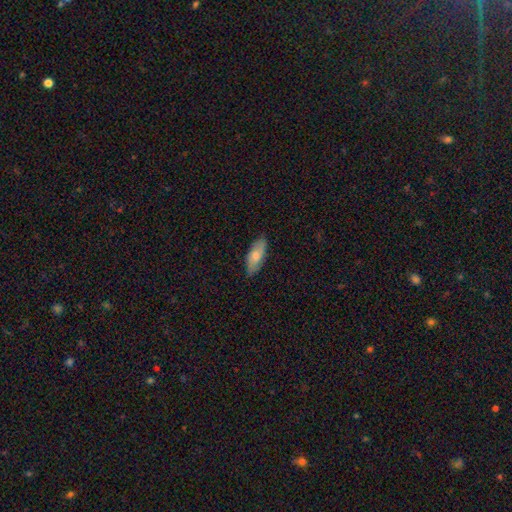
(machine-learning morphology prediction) type=smooth (75%); roundness=in between (76%); merging=none (83%).